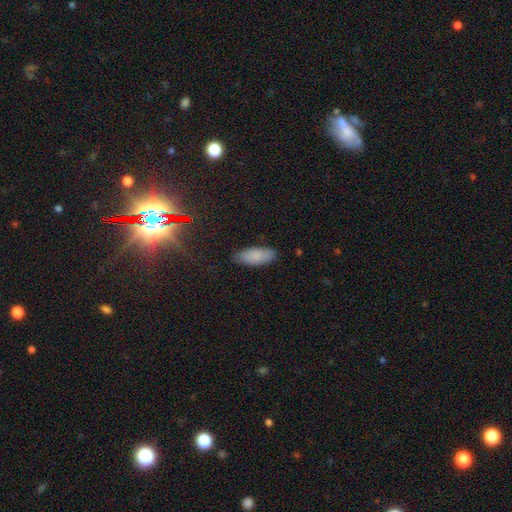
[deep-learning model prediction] Overall: smooth (84%). How rounded: in between (81%). Merging: none (84%).